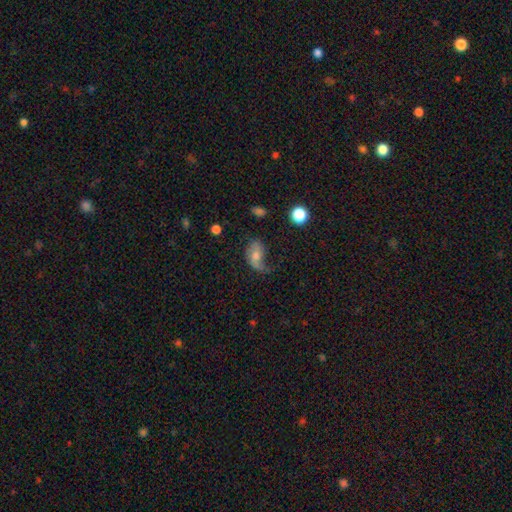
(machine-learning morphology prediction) Smooth or featured? featured or disk (55%)
Edge-on disk? no (95%)
Bar? no (64%)
Spiral arms? yes (81%)
Bulge size? moderate (56%)
Merging? none (38%)